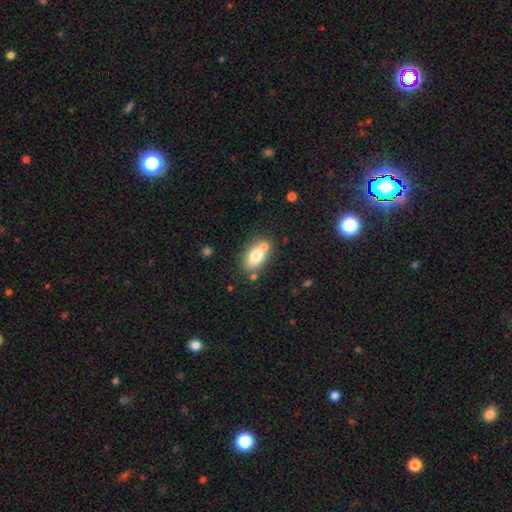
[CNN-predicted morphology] smooth_or_featured: smooth (p=0.73) [alt: featured or disk p=0.18]
how_rounded: in between (p=0.81) [alt: round p=0.17]
merging: none (p=0.52) [alt: merger p=0.31]